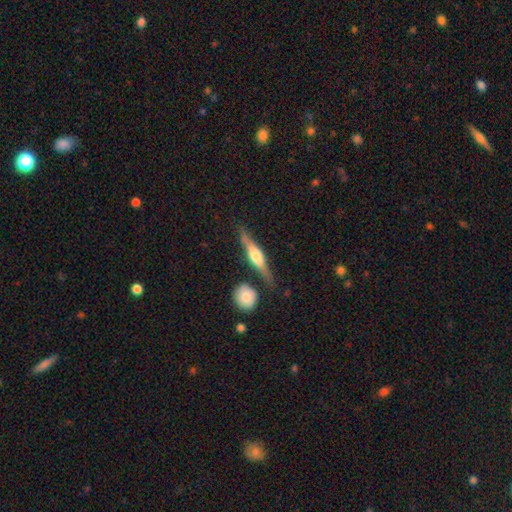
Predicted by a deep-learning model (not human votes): featured or disk 70%, smooth 24%, star or artifact 6%. Down the decision tree: edge-on disk — yes (96%); edge-on bulge — rounded (76%); merging — none (78%).